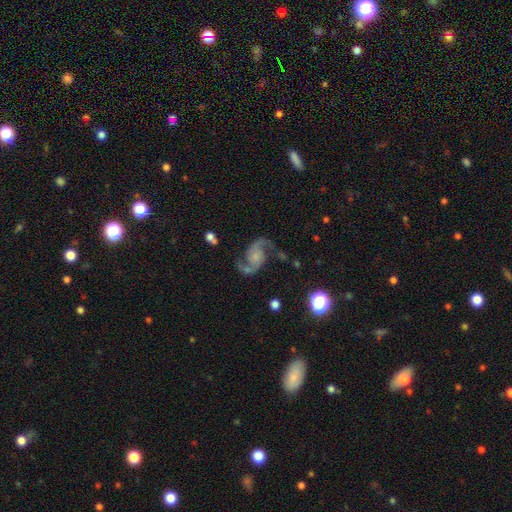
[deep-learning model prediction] Smooth or featured: featured or disk — 90% (star or artifact — 6%)
Edge-on disk: no — 98% (yes — 2%)
Bar: no — 69% (weak — 25%)
Spiral arms: yes — 98% (no — 2%)
Spiral winding: loose — 54% (medium — 39%)
Spiral arm count: 2 — 94% (1 — 2%)
Bulge size: small — 49% (none — 23%)
Merging: none — 70% (minor disturbance — 16%)